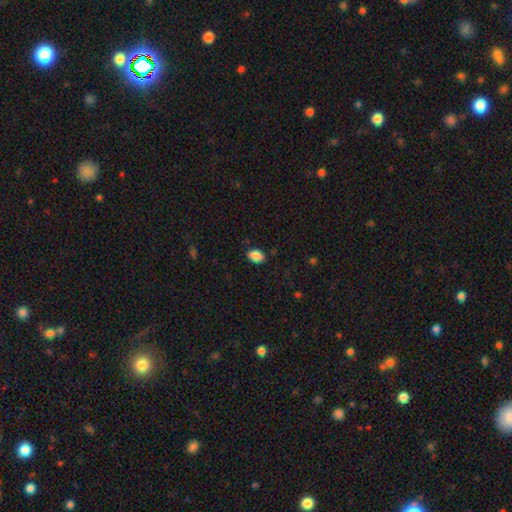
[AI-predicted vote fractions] Smooth or featured? smooth (88%)
How rounded? in between (85%)
Merging? none (86%)